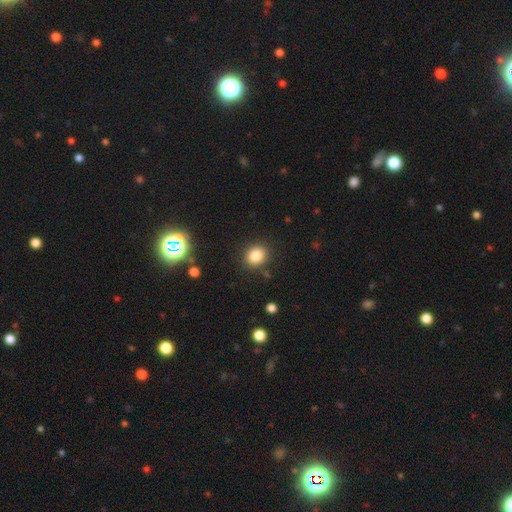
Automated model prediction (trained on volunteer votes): A smooth galaxy with no disk features (83%) that is round (67%). Merging: none (87%).